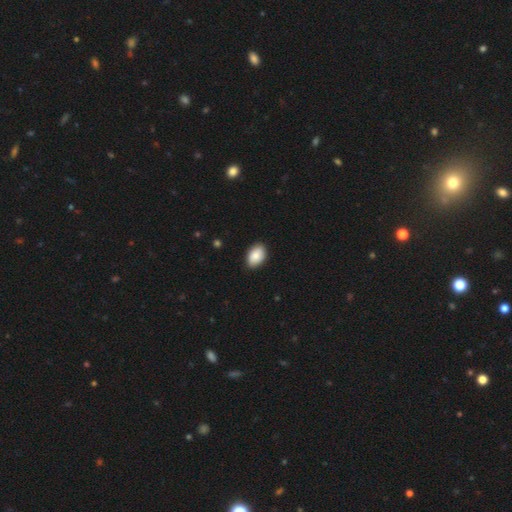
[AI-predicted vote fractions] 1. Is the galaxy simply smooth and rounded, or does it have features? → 85% smooth, 8% featured or disk, 6% star or artifact.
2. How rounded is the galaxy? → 89% in between, 10% round, 1% cigar-shaped.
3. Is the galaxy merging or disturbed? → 86% none, 12% minor disturbance, 2% major disturbance, 1% merger.